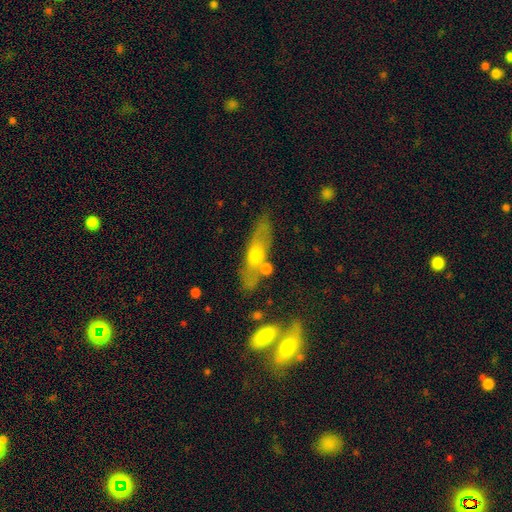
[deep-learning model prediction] This is possibly a featured or disk galaxy (50%). Merging: likely none (68%).